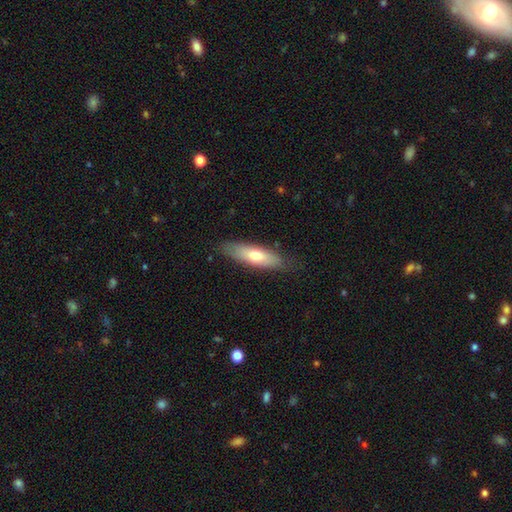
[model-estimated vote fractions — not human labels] Smooth or featured? smooth (67%)
How rounded? cigar-shaped (53%)
Merging? none (81%)